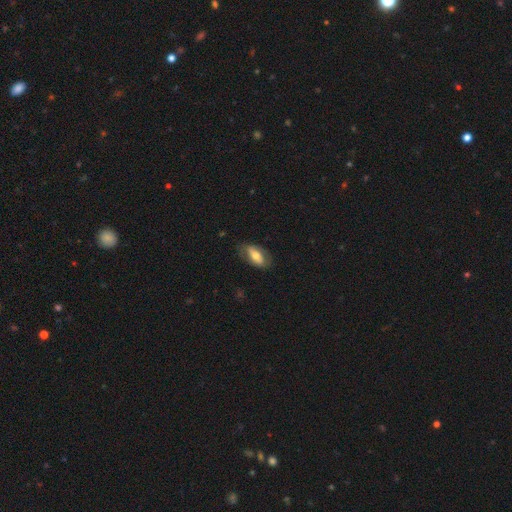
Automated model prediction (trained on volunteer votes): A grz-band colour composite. It shows a smooth galaxy with no disk features (54%) that is in between round and cigar-shaped (87%). Merging: none (72%).